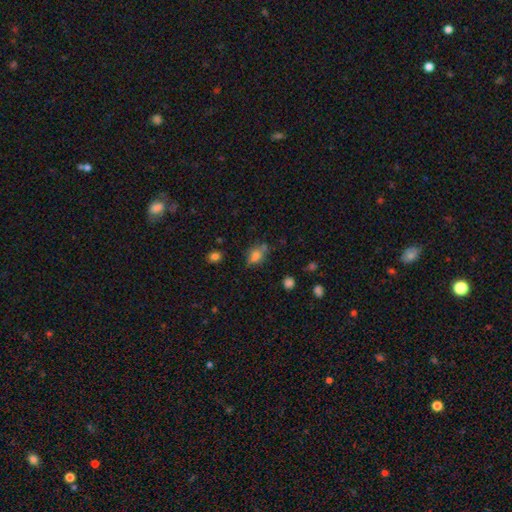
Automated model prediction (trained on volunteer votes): Smooth or featured? smooth (67%)
How rounded? in between (66%)
Merging? none (52%)